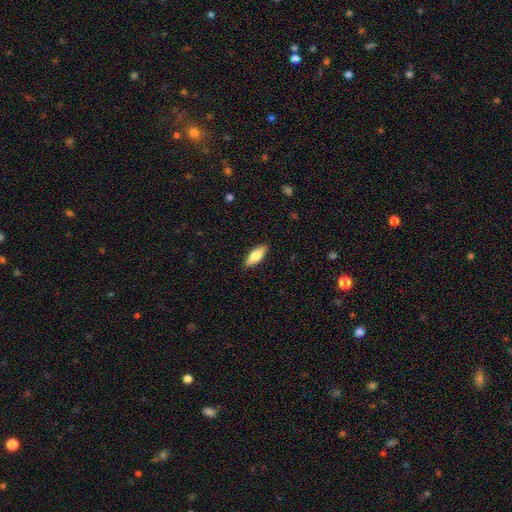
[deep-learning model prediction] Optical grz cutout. It shows a smooth galaxy with no disk features (75%) that is in between round and cigar-shaped (67%). Merging: none (89%).